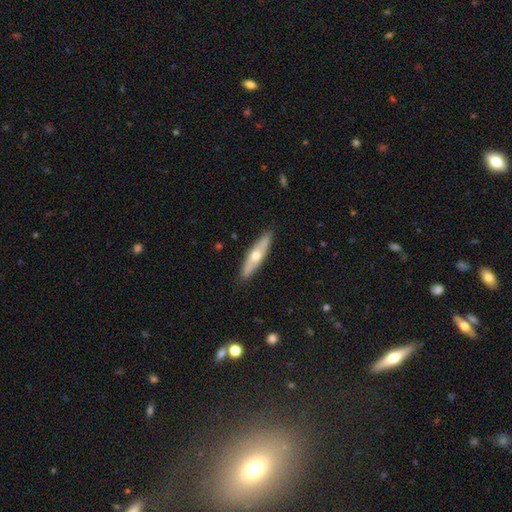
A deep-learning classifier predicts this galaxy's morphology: This is possibly a featured or disk galaxy (51%). It is clearly viewed edge-on (81%). Merging: clearly none (89%).